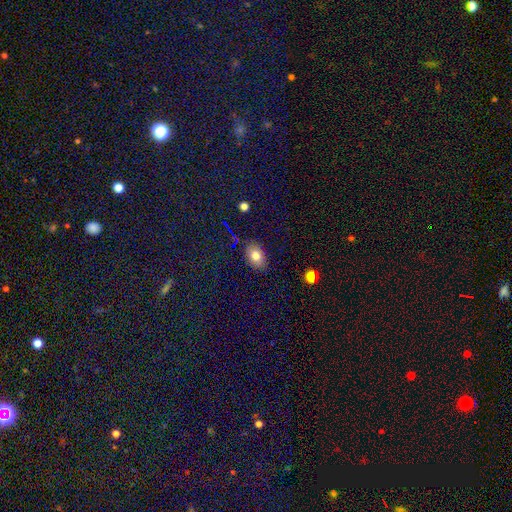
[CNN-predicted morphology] Smooth or featured: smooth — 76% (featured or disk — 12%)
How rounded: in between — 79% (round — 19%)
Merging: none — 86% (minor disturbance — 11%)